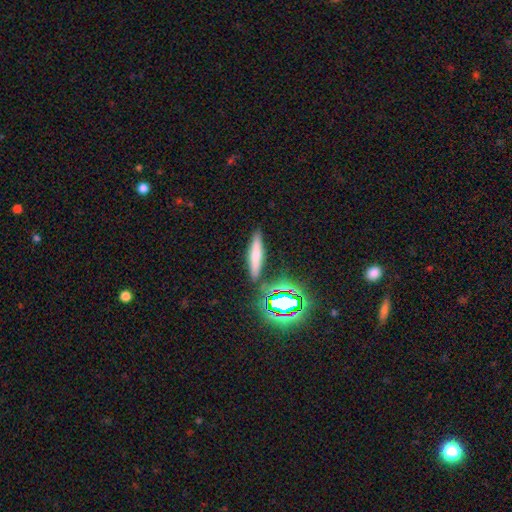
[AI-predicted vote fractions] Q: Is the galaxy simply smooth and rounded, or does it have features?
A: smooth — 62%.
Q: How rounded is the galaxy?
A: cigar-shaped — 84%.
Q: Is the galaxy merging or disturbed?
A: none — 84%.